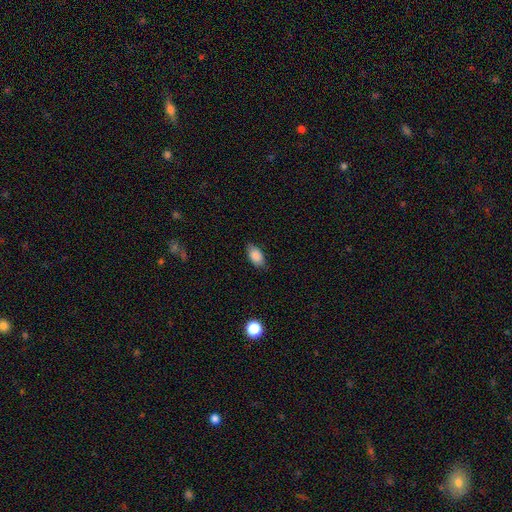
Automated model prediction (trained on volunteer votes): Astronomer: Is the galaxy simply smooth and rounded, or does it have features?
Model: smooth — 87%.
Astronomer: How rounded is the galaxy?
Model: in between — 92%.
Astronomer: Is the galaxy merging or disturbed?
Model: none — 81%.